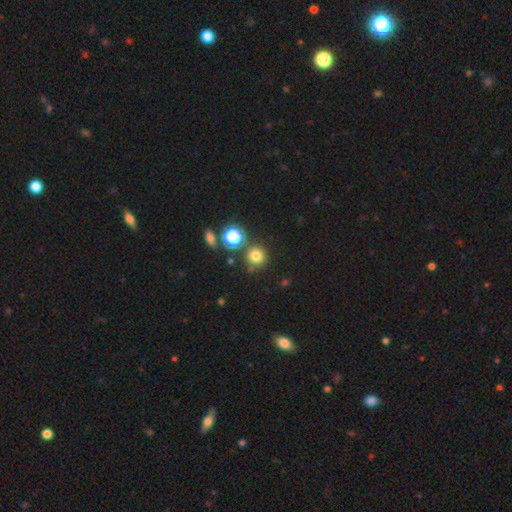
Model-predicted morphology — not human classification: This appears to be a smooth galaxy with no disk features (75%) that is round (92%). Merging: none (78%).